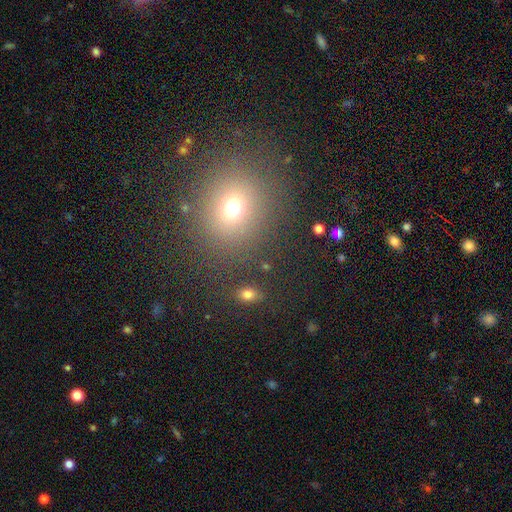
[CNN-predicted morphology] Smooth or featured? smooth (62%)
How rounded? round (75%)
Merging? none (86%)